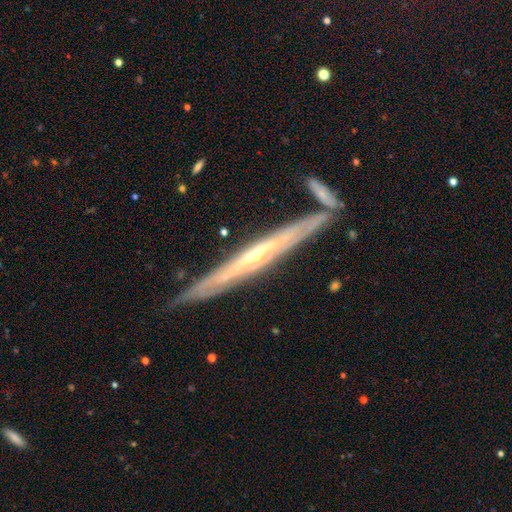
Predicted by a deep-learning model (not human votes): Morphology: type=featured or disk (80%); edge-on=yes (88%); edge-on bulge=rounded (53%); merging=none (77%).